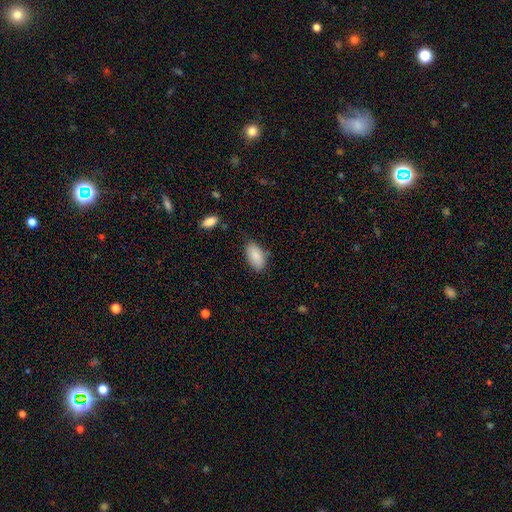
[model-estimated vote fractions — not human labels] Smooth or featured: smooth — 87% (star or artifact — 7%)
How rounded: in between — 94% (round — 3%)
Merging: none — 76% (minor disturbance — 18%)